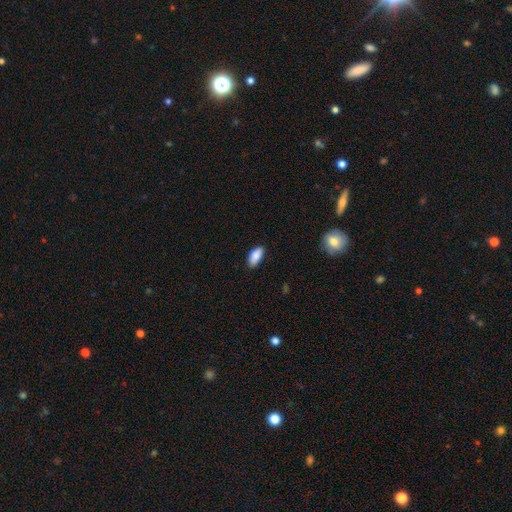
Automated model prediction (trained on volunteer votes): The model was most divided on "merging": none: 82%, minor disturbance: 14%, major disturbance: 2%, merger: 1%. More confident: how rounded — in between (90%); smooth or featured — smooth (88%).